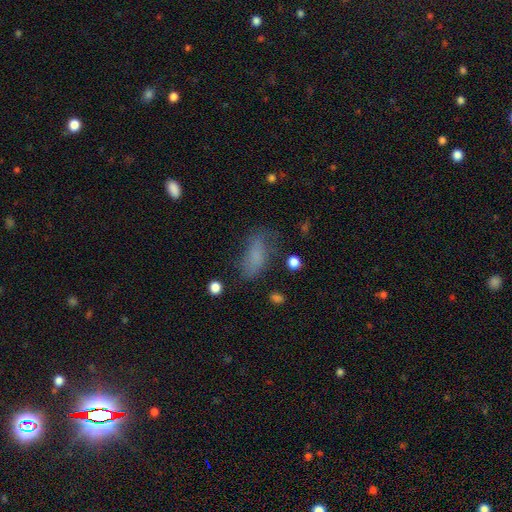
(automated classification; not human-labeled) Smooth or featured? smooth (73%)
How rounded? in between (84%)
Merging? none (50%)